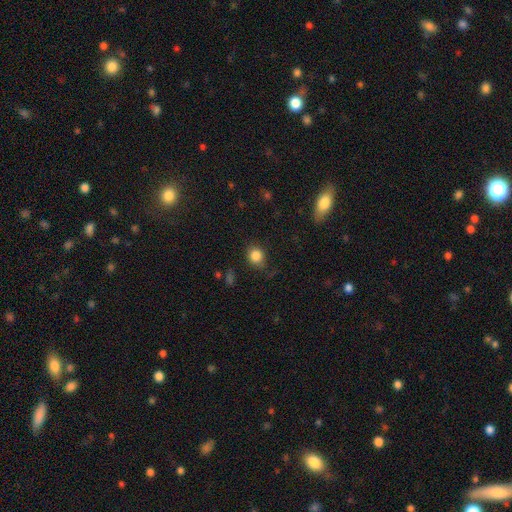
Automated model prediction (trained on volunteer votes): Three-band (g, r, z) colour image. It shows a smooth galaxy with no disk features (84%) that is round (73%). Merging: none (76%).